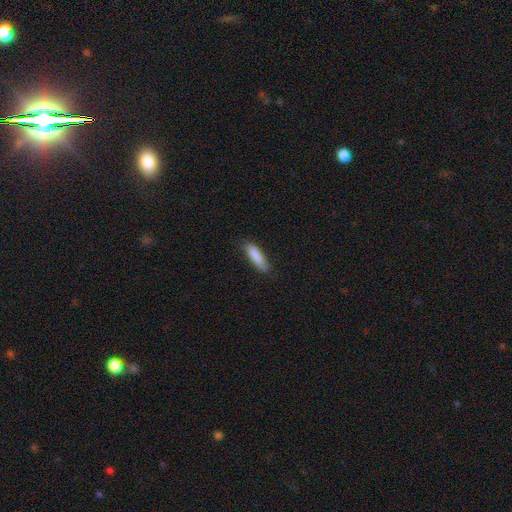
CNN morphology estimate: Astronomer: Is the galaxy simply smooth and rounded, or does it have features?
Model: smooth — 87%.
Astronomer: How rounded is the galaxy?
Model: cigar-shaped — 67%.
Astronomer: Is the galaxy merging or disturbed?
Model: none — 82%.